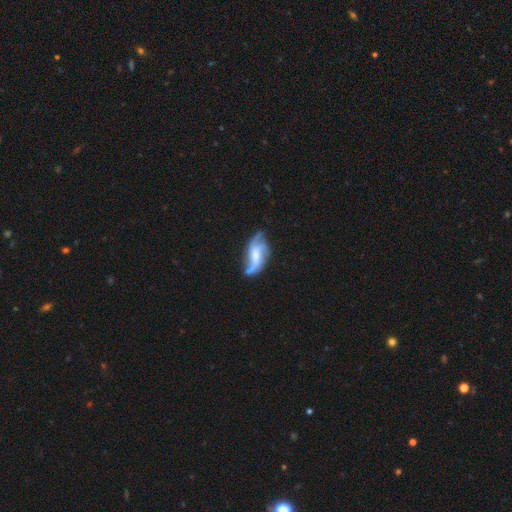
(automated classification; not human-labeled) A featured or disk galaxy (73%) with no bar (43%), 3 (34%) loose (55%) spiral arms (91%) and a moderate central bulge (38%). Merging: none (52%).